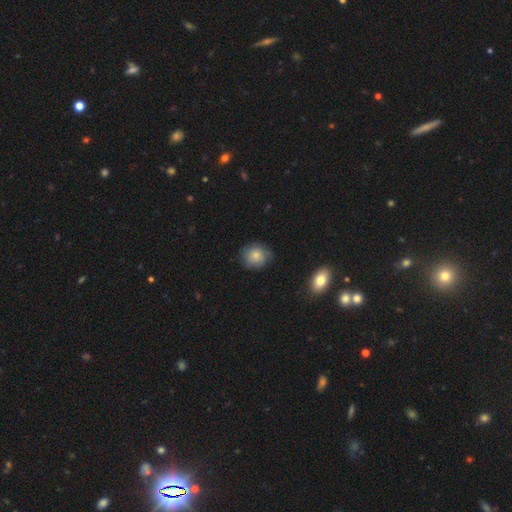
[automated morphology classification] smooth 78%, featured or disk 14%, star or artifact 8%. Down the decision tree: how rounded — round (80%); merging — none (74%).